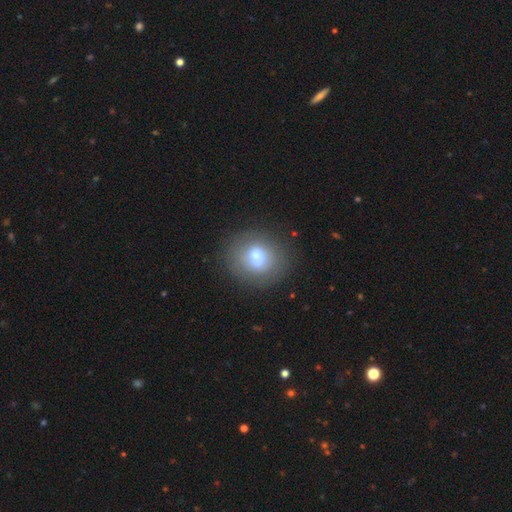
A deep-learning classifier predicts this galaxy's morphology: Smooth or featured?
  - smooth: 70% *
  - featured or disk: 19%
  - star or artifact: 11%
How rounded?
  - round: 79% *
  - in between: 20%
  - cigar-shaped: 1%
Merging?
  - none: 78% *
  - minor disturbance: 13%
  - major disturbance: 5%
  - merger: 4%